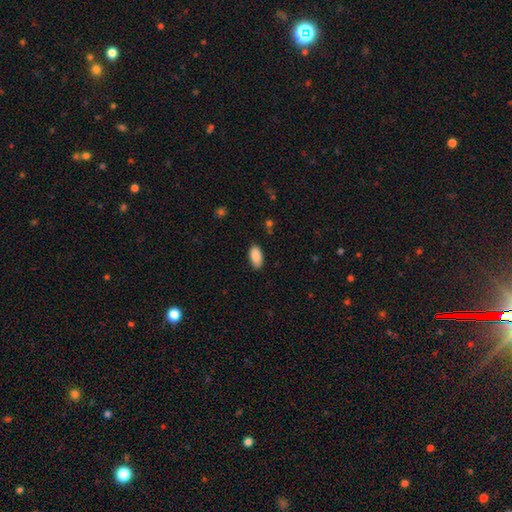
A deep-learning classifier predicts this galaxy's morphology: This is clearly a smooth galaxy (89%). How rounded: clearly in between (93%). Merging: clearly none (86%).